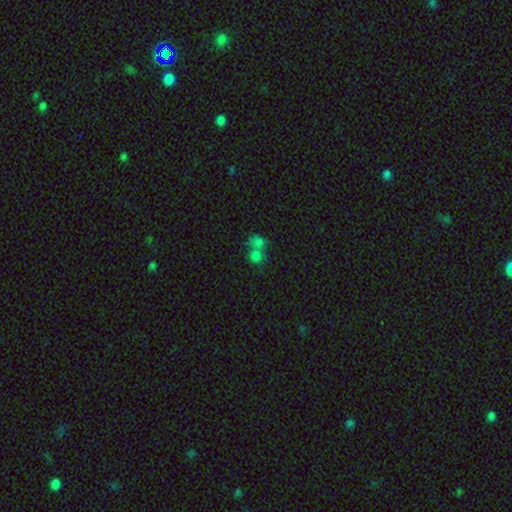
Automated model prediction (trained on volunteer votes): Smooth or featured?
  - smooth: 75% *
  - star or artifact: 16%
  - featured or disk: 10%
How rounded?
  - round: 75% *
  - in between: 24%
  - cigar-shaped: 1%
Merging?
  - merger: 53% *
  - none: 35%
  - minor disturbance: 8%
  - major disturbance: 4%